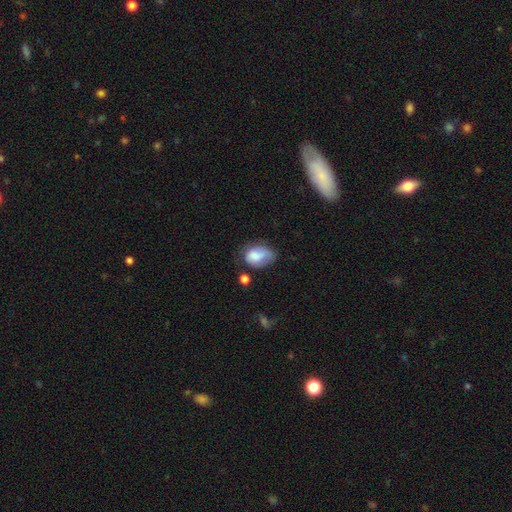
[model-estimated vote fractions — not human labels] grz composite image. It shows a smooth galaxy with no disk features (73%) that is in between round and cigar-shaped (79%). Merging: none (39%).